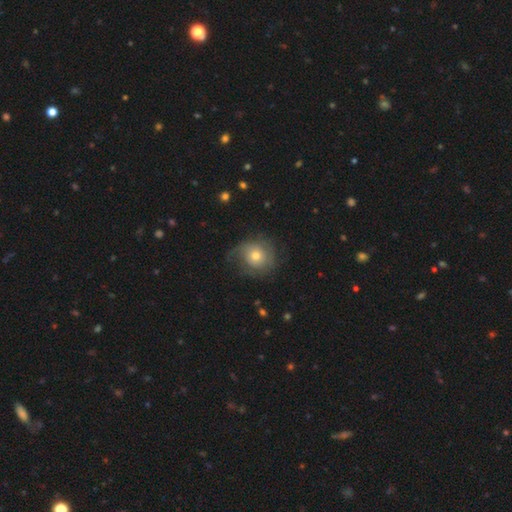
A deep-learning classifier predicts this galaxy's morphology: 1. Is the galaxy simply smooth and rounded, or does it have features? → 46% featured or disk (tied), 46% smooth (tied), 9% star or artifact.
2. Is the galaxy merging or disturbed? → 59% none, 23% minor disturbance, 16% major disturbance, 1% merger.